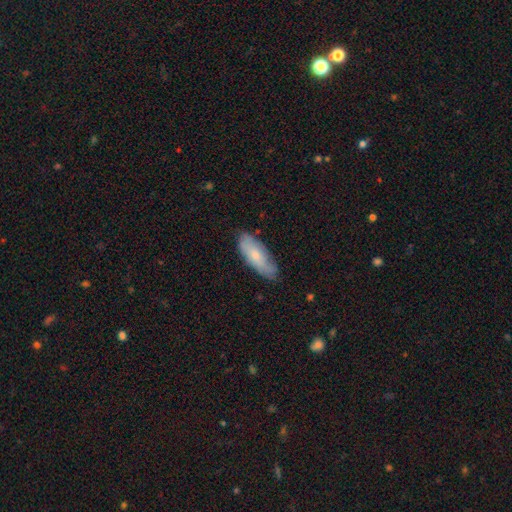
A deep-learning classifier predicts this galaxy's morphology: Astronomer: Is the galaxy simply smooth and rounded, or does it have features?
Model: smooth — 68%.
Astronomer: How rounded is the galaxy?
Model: in between — 71%.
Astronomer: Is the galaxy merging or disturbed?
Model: none — 67%.